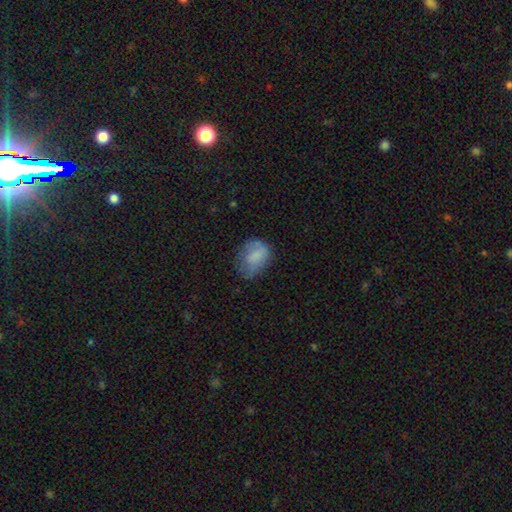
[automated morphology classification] This appears to be a smooth galaxy with no disk features (74%) that is in between round and cigar-shaped (65%). Merging: none (49%).